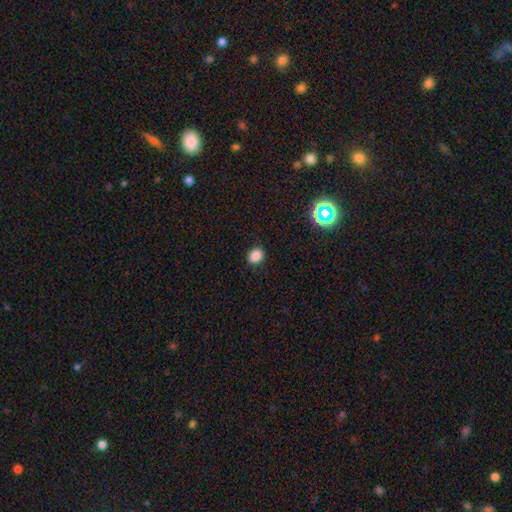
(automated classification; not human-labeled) Morphology: type=smooth (85%); roundness=round (61%); merging=none (89%).